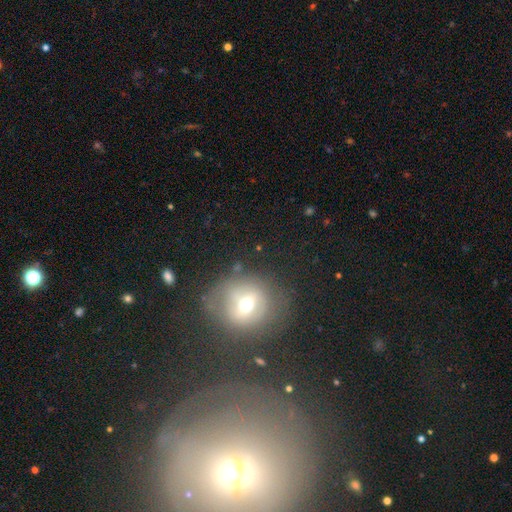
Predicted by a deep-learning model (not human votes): Smooth or featured? Predicted: smooth (p=0.40). Merging? Predicted: none (p=0.76).